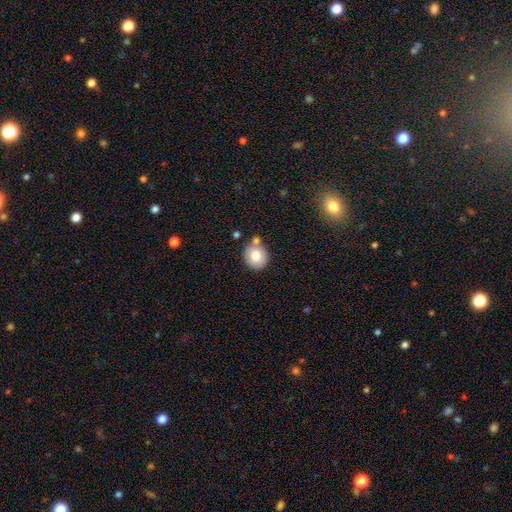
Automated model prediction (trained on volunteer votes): Smooth or featured? smooth (76%)
How rounded? round (76%)
Merging? none (69%)